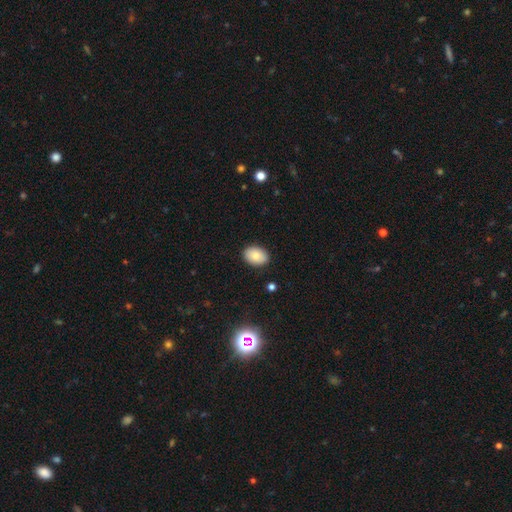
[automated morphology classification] A smooth galaxy with no disk features (83%) that is in between round and cigar-shaped (80%). Merging: none (88%).